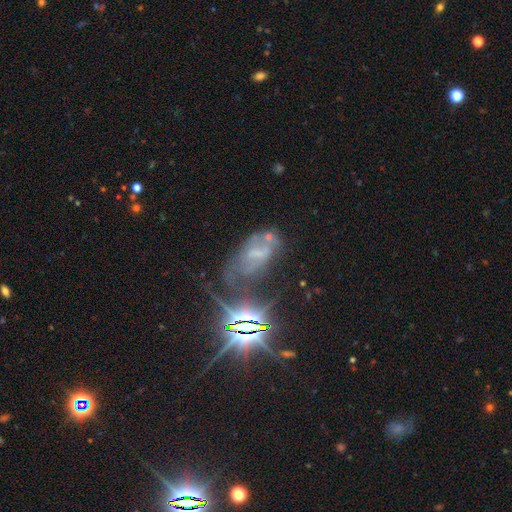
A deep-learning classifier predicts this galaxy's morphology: smooth_or_featured: featured or disk (p=0.43) [alt: star or artifact p=0.41]
merging: none (p=0.46) [alt: minor disturbance p=0.22]